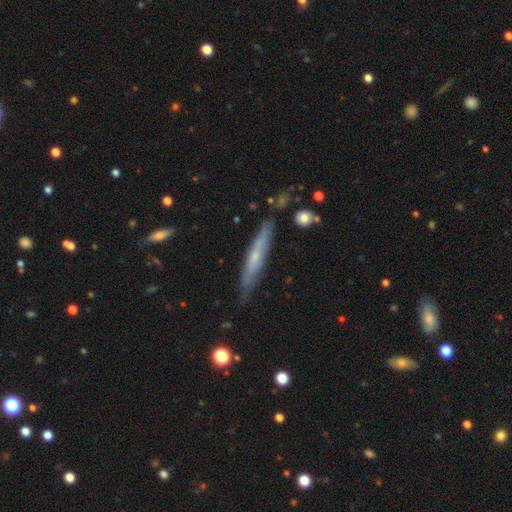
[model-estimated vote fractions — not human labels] Overall: featured or disk (55%; smooth 39%). Edge-on disk: yes (86%). Merging: none (78%).